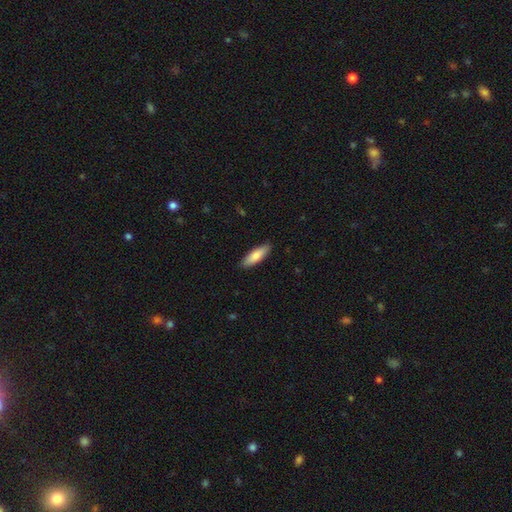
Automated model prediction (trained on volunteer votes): This is clearly a smooth galaxy (82%). How rounded: possibly cigar-shaped (51%). Merging: clearly none (89%).